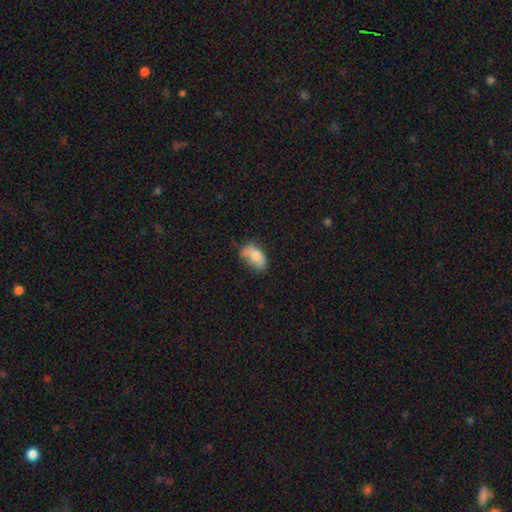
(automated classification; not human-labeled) This is likely a smooth galaxy (73%). How rounded: clearly in between (90%). Merging: marginally none (43%).